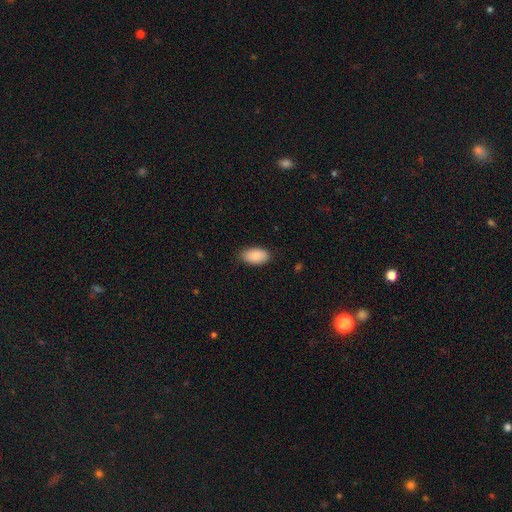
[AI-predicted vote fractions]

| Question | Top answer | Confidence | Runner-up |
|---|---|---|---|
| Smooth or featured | smooth | 88% | star or artifact (6%) |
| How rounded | in between | 95% | round (3%) |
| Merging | none | 85% | minor disturbance (12%) |